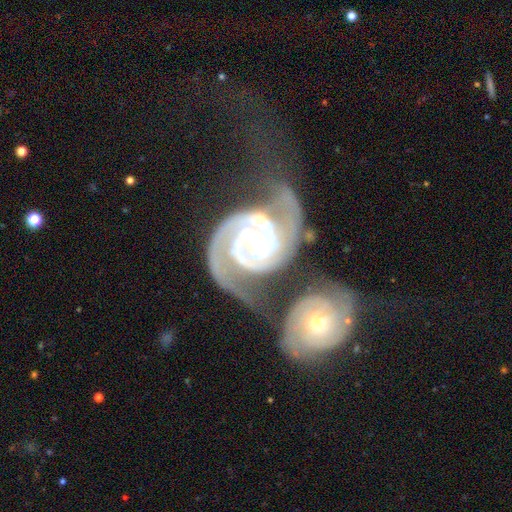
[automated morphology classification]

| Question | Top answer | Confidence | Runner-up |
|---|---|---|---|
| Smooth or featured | featured or disk | 93% | star or artifact (4%) |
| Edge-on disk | no | 98% | yes (2%) |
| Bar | weak | 42% | strong (37%) |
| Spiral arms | yes | 98% | no (2%) |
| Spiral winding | tight | 51% | medium (41%) |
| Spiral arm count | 2 | 78% | 3 (9%) |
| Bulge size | small | 51% | moderate (43%) |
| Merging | merger | 44% | none (24%) |